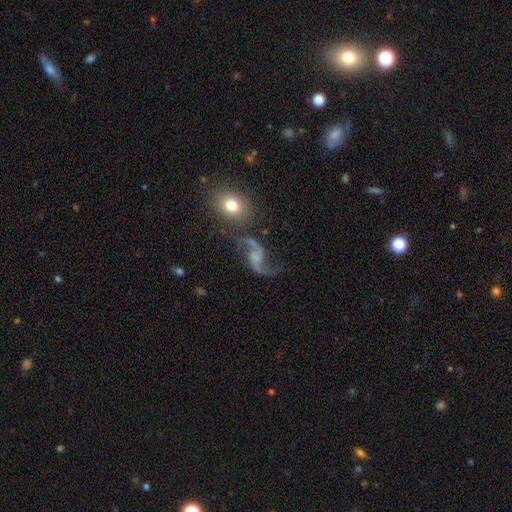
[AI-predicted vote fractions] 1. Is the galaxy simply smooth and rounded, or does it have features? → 87% featured or disk, 7% star or artifact, 6% smooth.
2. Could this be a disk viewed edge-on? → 97% no, 3% yes.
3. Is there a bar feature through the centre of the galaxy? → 56% no, 35% weak, 9% strong.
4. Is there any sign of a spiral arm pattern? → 96% yes, 4% no.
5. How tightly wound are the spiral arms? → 85% loose, 13% medium, 3% tight.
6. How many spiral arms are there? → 93% 2, 3% 1, 1% can't tell, 1% 3, 1% 4, 1% more than 4.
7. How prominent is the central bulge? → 47% none, 33% small, 14% moderate, 4% large, 2% dominant.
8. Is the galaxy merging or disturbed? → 66% none, 16% minor disturbance, 13% major disturbance, 5% merger.